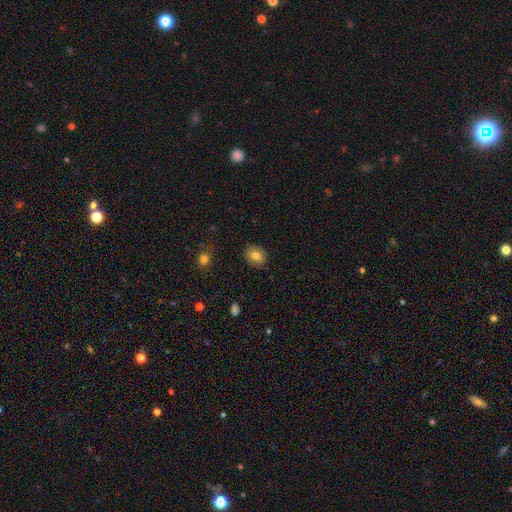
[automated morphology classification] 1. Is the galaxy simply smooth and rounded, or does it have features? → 80% smooth, 11% featured or disk, 9% star or artifact.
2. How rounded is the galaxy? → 58% round, 42% in between, 1% cigar-shaped.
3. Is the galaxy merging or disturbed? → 86% none, 10% minor disturbance, 2% major disturbance, 1% merger.